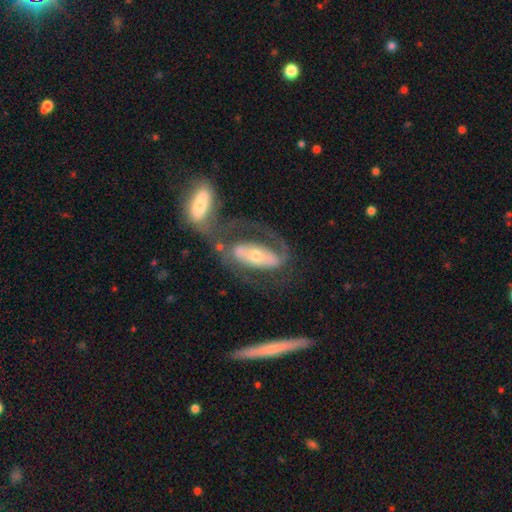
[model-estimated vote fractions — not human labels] Q: Smooth or featured?
A: featured or disk (73%); runner-up: smooth (22%)
Q: Edge-on disk?
A: no (89%); runner-up: yes (11%)
Q: Bar?
A: no (40%); runner-up: strong (36%)
Q: Spiral arms?
A: yes (78%); runner-up: no (22%)
Q: Spiral winding?
A: medium (42%); runner-up: tight (30%)
Q: Spiral arm count?
A: 2 (69%); runner-up: 1 (15%)
Q: Bulge size?
A: moderate (51%); runner-up: small (39%)
Q: Merging?
A: merger (37%); runner-up: none (30%)